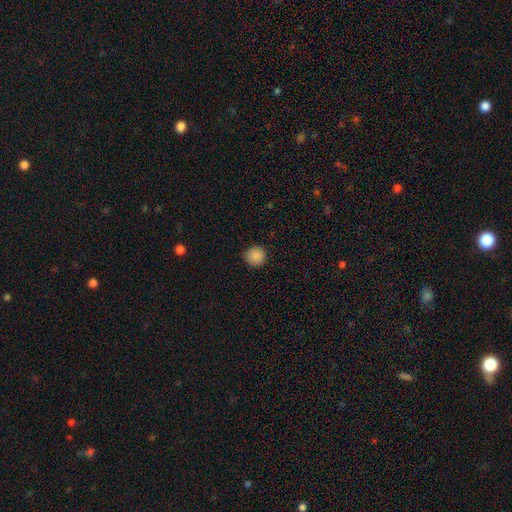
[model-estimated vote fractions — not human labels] This appears to be a smooth galaxy with no disk features (88%) that is round (95%). Merging: none (92%).